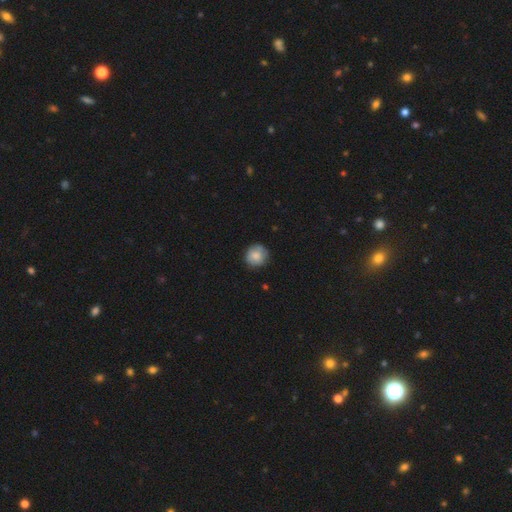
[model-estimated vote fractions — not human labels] A smooth galaxy with no disk features (83%) that is round (90%). Merging: none (80%).